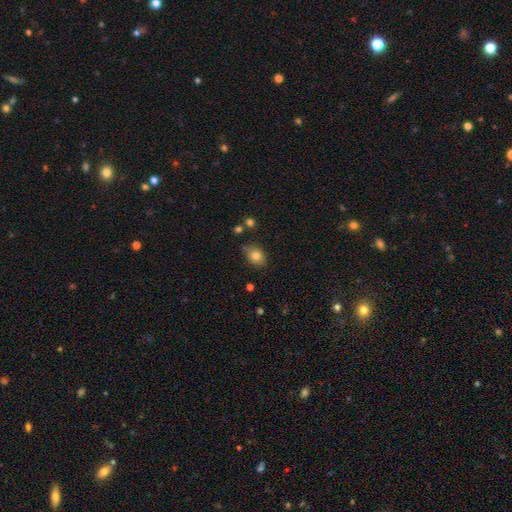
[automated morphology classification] smooth-or-featured: smooth: 80% | star or artifact: 10% | featured or disk: 10%
  how-rounded: in between: 61% | round: 38% | cigar-shaped: 1%
  merging: none: 78% | minor disturbance: 16% | merger: 3% | major disturbance: 3%